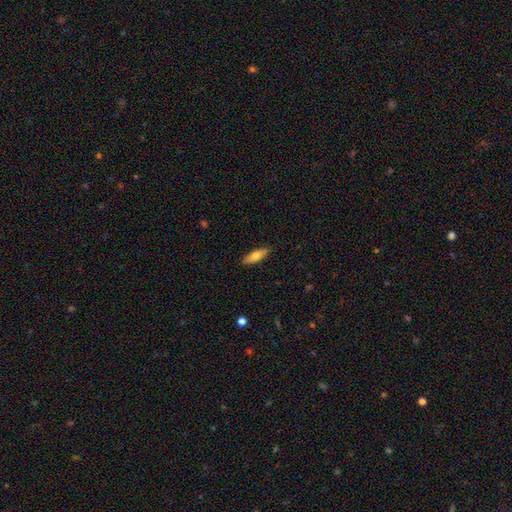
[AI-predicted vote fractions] This appears to be a smooth galaxy with no disk features (74%) that is in between round and cigar-shaped (58%). Merging: none (88%).